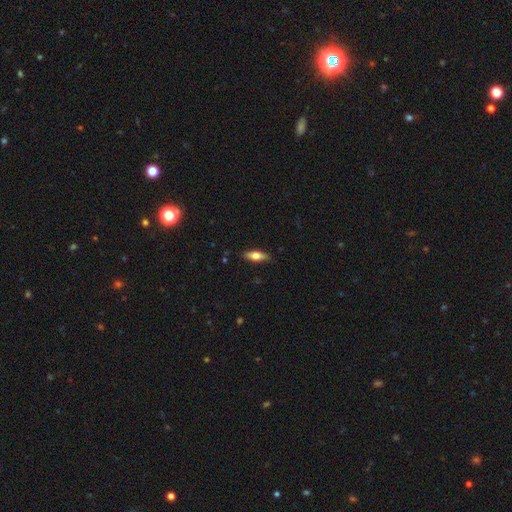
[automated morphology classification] This is possibly a smooth galaxy (59%). How rounded: possibly in between (56%). Merging: clearly none (86%).